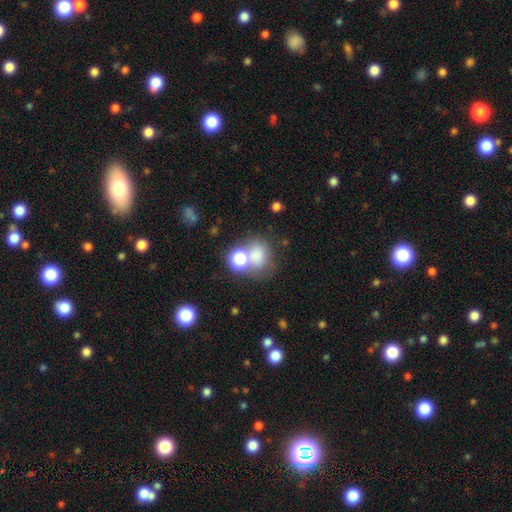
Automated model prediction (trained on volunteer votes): smooth-or-featured: smooth: 70% | star or artifact: 19% | featured or disk: 11%
  how-rounded: round: 65% | in between: 34% | cigar-shaped: 1%
  merging: none: 47% | merger: 32% | minor disturbance: 13% | major disturbance: 9%